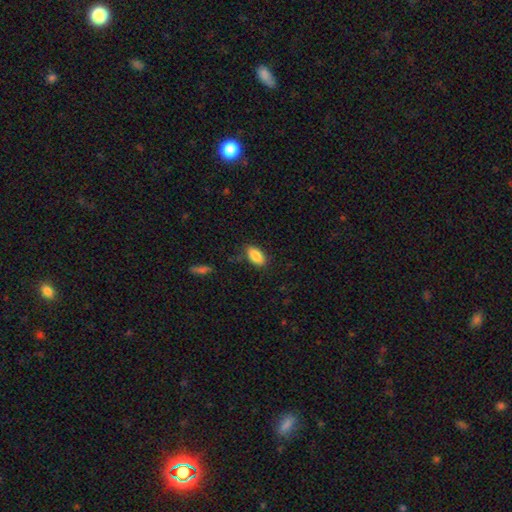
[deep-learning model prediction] smooth 86%, star or artifact 7%, featured or disk 6%. Down the decision tree: how rounded — in between (91%); merging — none (82%).